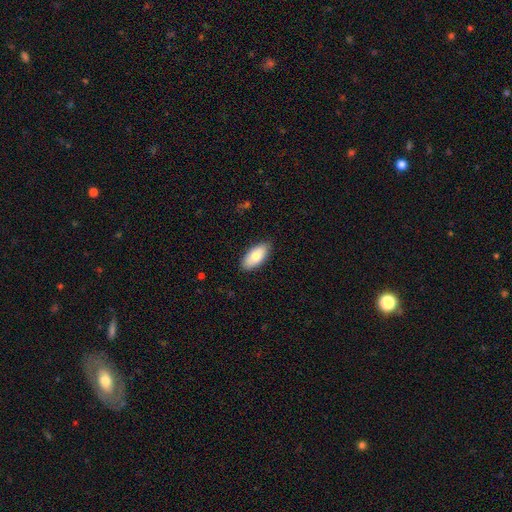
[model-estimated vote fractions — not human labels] smooth 77%, featured or disk 17%, star or artifact 6%. Down the decision tree: how rounded — in between (92%); merging — none (86%).